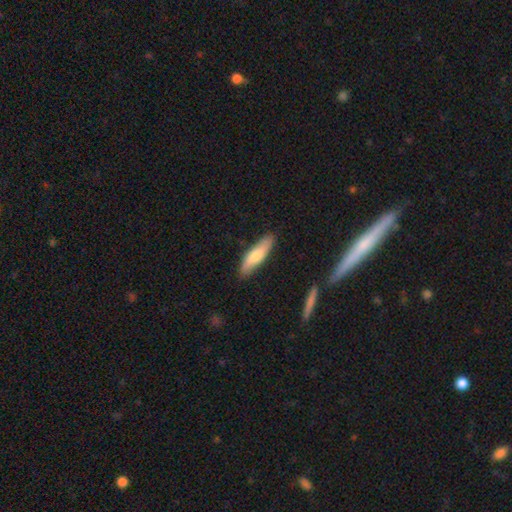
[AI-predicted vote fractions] Morphology: type=smooth (70%); roundness=cigar-shaped (61%); merging=none (83%).